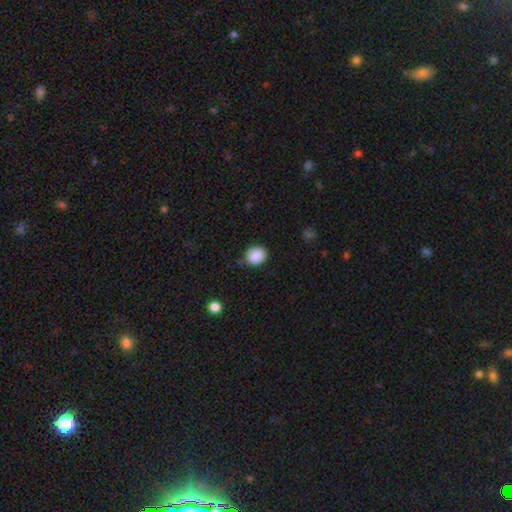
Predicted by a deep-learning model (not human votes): Smooth or featured?
  - smooth: 89% *
  - star or artifact: 8%
  - featured or disk: 3%
How rounded?
  - round: 77% *
  - in between: 22%
  - cigar-shaped: 1%
Merging?
  - none: 84% *
  - minor disturbance: 11%
  - major disturbance: 3%
  - merger: 2%